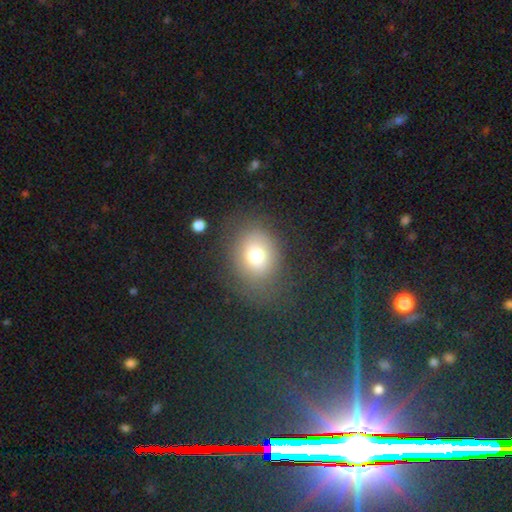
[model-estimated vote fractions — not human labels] Q: Smooth or featured?
A: smooth (73%); runner-up: featured or disk (14%)
Q: How rounded?
A: round (58%); runner-up: in between (41%)
Q: Merging?
A: none (69%); runner-up: minor disturbance (16%)